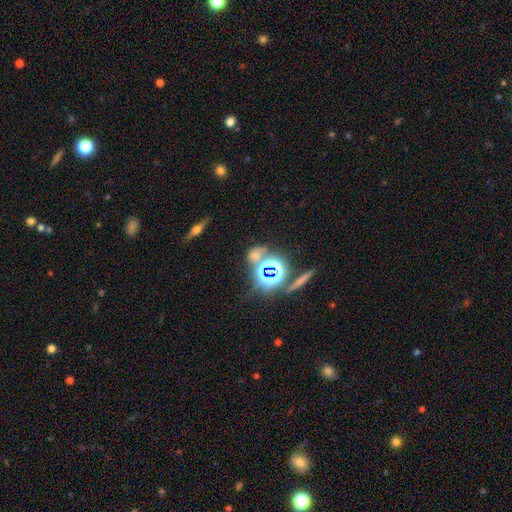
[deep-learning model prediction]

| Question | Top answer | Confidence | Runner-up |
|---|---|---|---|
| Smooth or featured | star or artifact | 49% | smooth (37%) |